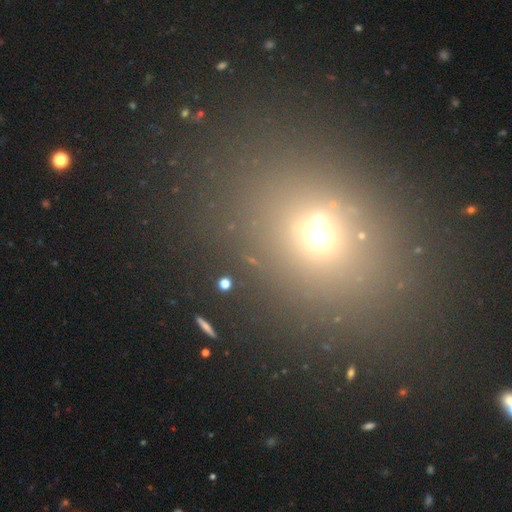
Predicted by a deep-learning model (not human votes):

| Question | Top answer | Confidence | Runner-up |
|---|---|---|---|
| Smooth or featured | smooth | 48% | star or artifact (39%) |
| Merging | none | 75% | merger (10%) |